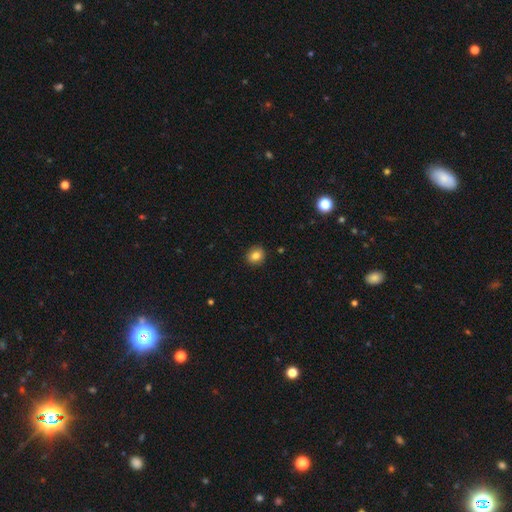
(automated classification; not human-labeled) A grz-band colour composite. It shows a smooth galaxy with no disk features (83%) that is round (67%). Merging: none (90%).